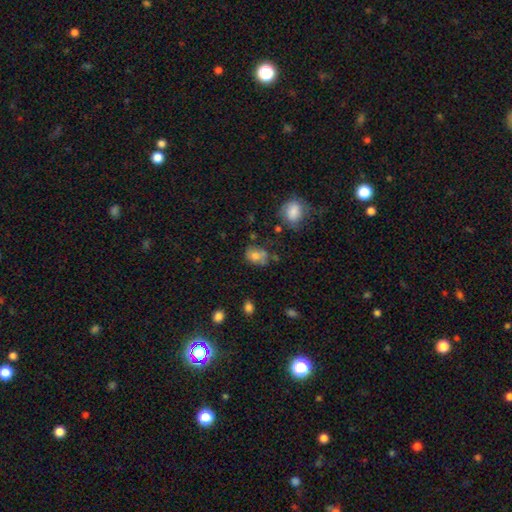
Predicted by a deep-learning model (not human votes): This is likely a smooth galaxy (71%). How rounded: likely in between (62%). Merging: possibly none (47%).